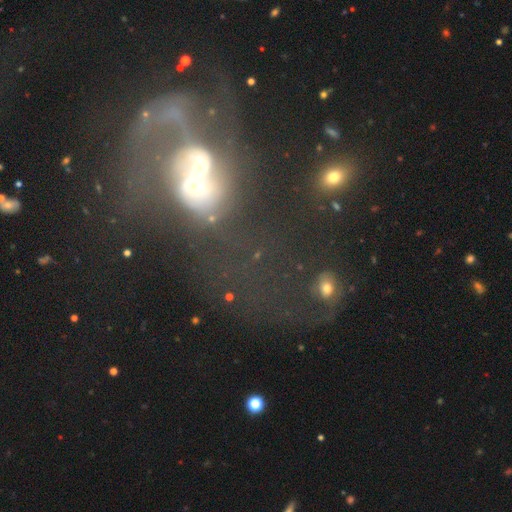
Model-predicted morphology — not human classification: featured or disk 60%, smooth 21%, star or artifact 19%. Down the decision tree: edge-on disk — no (96%); bar — no (70%); spiral arms — yes (50%, tied with no); bulge size — moderate (47%); merging — merger (54%).